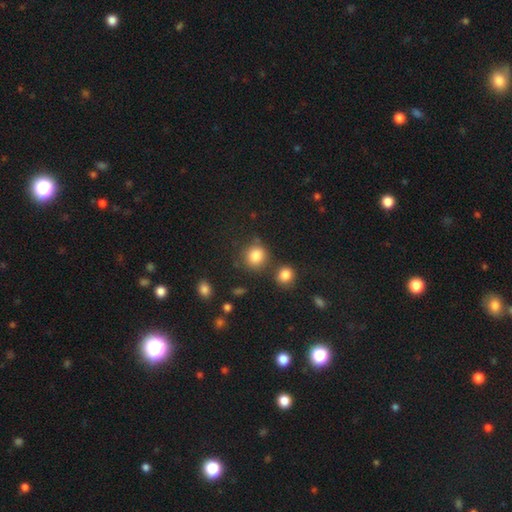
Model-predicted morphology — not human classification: smooth 84%, star or artifact 10%, featured or disk 6%. Down the decision tree: how rounded — round (79%); merging — none (70%).